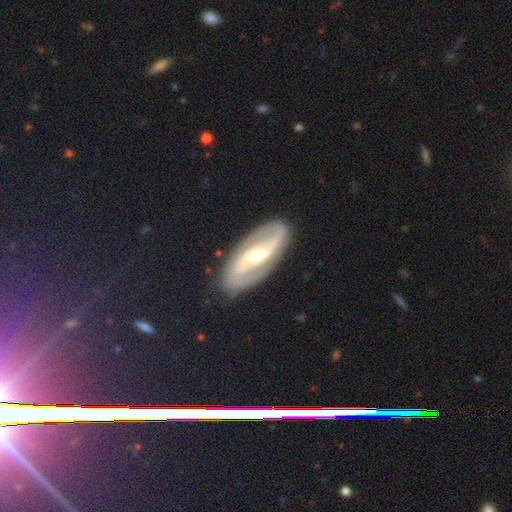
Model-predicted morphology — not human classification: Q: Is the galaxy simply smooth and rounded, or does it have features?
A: featured or disk — 86%.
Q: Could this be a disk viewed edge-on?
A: no — 93%.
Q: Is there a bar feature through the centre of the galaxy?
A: strong — 47%.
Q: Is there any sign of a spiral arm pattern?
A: yes — 93%.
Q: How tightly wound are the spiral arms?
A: medium — 46%.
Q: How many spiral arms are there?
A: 2 — 92%.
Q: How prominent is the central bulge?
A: moderate — 55%.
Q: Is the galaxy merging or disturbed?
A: none — 85%.